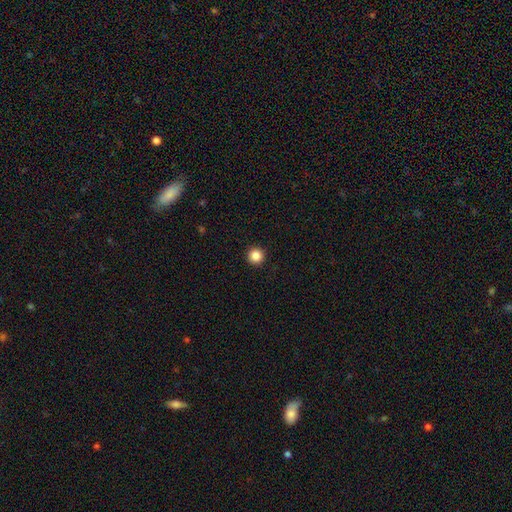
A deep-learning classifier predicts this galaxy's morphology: A smooth galaxy with no disk features (86%) that is round (97%).

Vote fractions:
- Smooth or featured? smooth: 86% / star or artifact: 10% / featured or disk: 3%
- How rounded? round: 97% / in between: 2% / cigar-shaped: 1%
- Merging? none: 94% / minor disturbance: 4% / major disturbance: 1% / merger: 1%